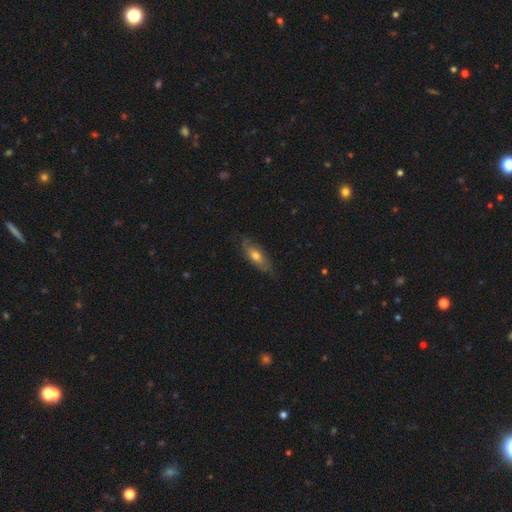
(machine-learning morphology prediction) The model was most divided on "smooth or featured" (2-way tie): featured or disk: 47%, smooth: 47%, star or artifact: 7%. More confident: merging — none (73%).